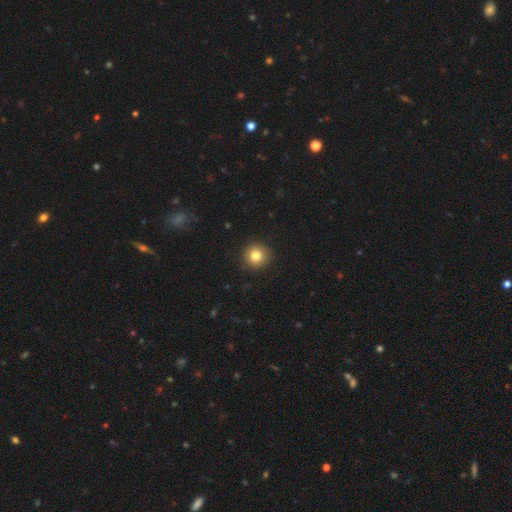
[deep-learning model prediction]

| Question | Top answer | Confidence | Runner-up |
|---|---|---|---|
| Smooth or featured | smooth | 82% | star or artifact (11%) |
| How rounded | round | 95% | in between (4%) |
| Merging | none | 92% | minor disturbance (5%) |